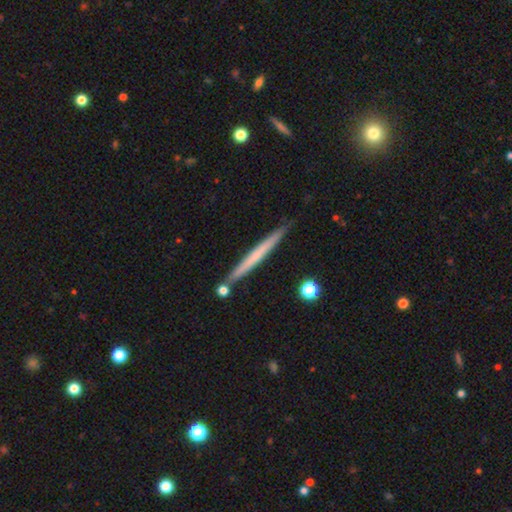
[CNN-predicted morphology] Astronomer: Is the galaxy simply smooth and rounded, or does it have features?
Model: smooth — 48% (runner-up: featured or disk, 46%).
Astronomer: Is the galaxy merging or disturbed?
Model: none — 86%.